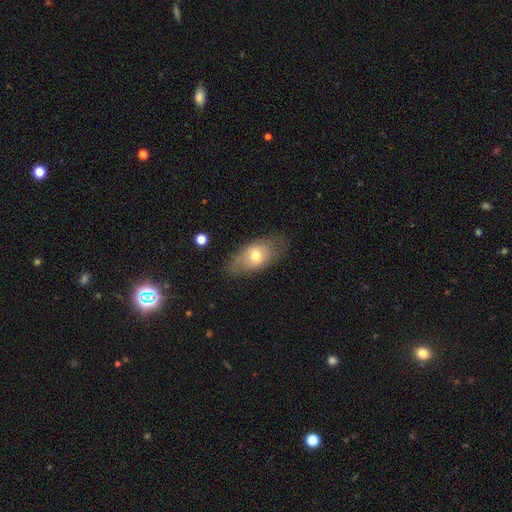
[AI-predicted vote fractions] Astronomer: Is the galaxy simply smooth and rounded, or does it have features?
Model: smooth — 66%.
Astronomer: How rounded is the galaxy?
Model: in between — 86%.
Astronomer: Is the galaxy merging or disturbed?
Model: none — 78%.